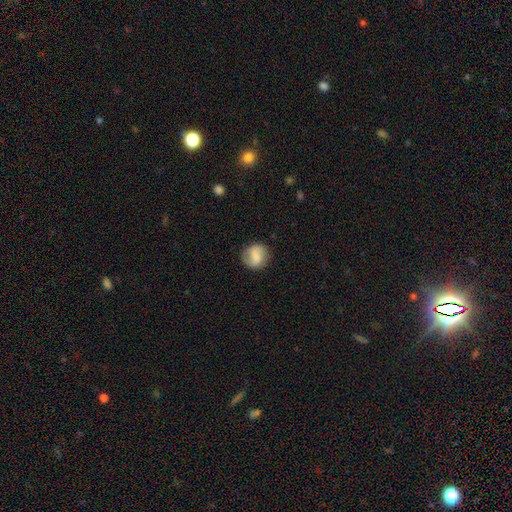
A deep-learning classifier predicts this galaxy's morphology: Smooth or featured?
  - smooth: 70% *
  - featured or disk: 22%
  - star or artifact: 8%
How rounded?
  - round: 79% *
  - in between: 20%
  - cigar-shaped: 1%
Merging?
  - none: 78% *
  - minor disturbance: 15%
  - major disturbance: 6%
  - merger: 1%